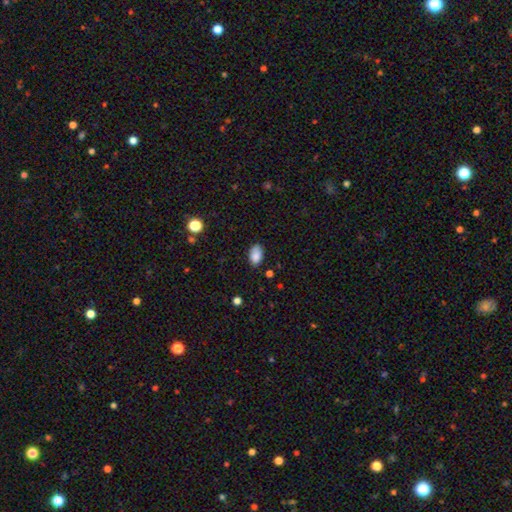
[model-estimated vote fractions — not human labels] smooth_or_featured: smooth (p=0.87) [alt: star or artifact p=0.08]
how_rounded: in between (p=0.92) [alt: round p=0.07]
merging: none (p=0.80) [alt: minor disturbance p=0.16]